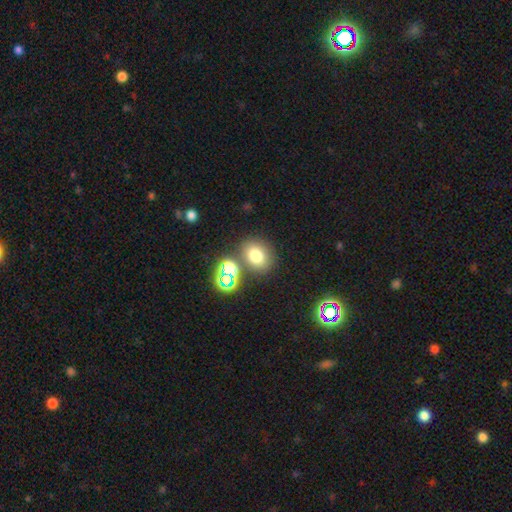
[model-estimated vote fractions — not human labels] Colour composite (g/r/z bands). It shows a smooth galaxy with no disk features (73%) that is round (59%). Merging: none (73%).